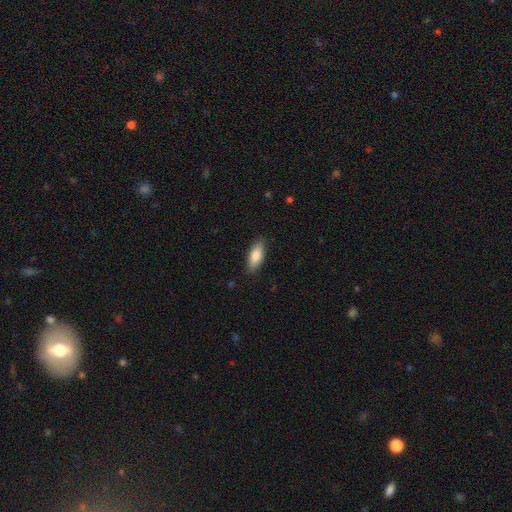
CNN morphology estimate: This appears to be a smooth galaxy with no disk features (82%) that is in between round and cigar-shaped (75%). Merging: none (87%).